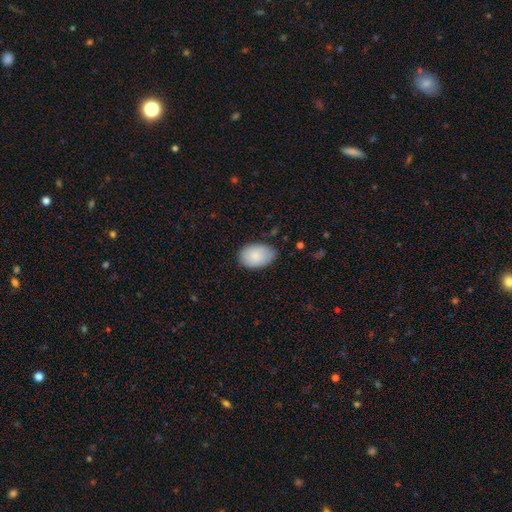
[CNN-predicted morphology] This is clearly a smooth galaxy (85%). How rounded: clearly in between (86%). Merging: likely none (74%).